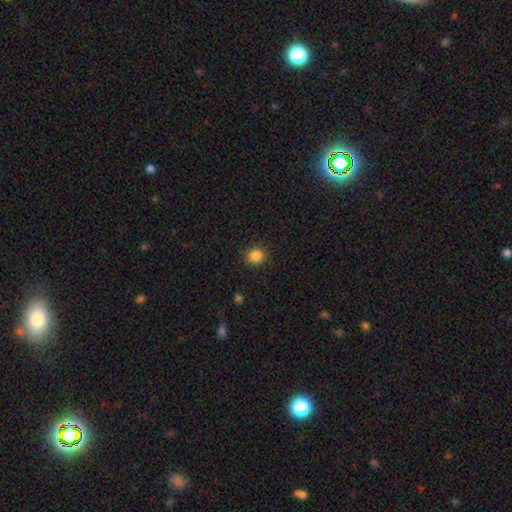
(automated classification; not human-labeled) Morphology: type=smooth (86%); roundness=round (75%); merging=none (90%).